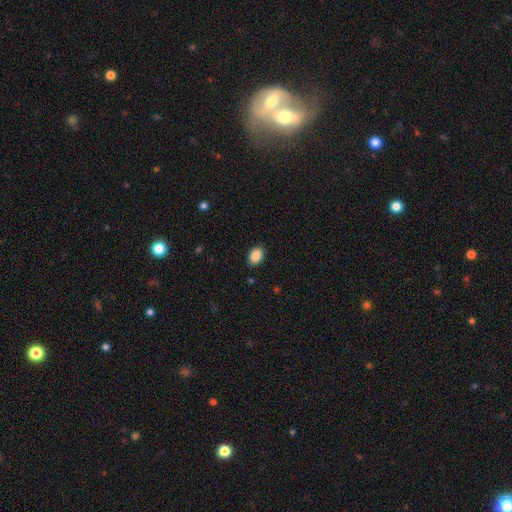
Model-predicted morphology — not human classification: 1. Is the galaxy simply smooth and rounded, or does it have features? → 89% smooth, 7% star or artifact, 4% featured or disk.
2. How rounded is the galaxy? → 82% in between, 17% round, 1% cigar-shaped.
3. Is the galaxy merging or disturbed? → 87% none, 9% minor disturbance, 2% major disturbance, 1% merger.